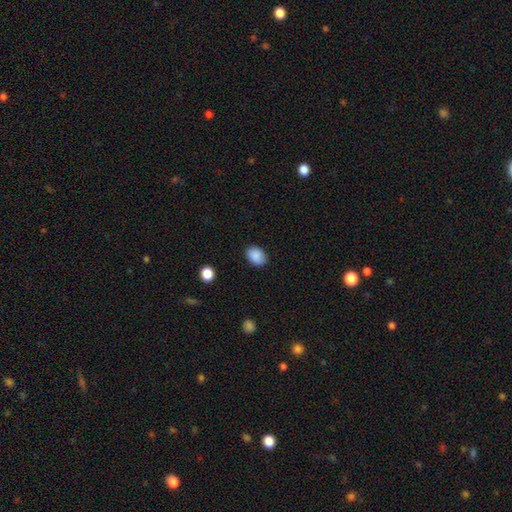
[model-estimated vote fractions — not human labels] A smooth galaxy with no disk features (89%) that is in between round and cigar-shaped (73%). Merging: none (85%).